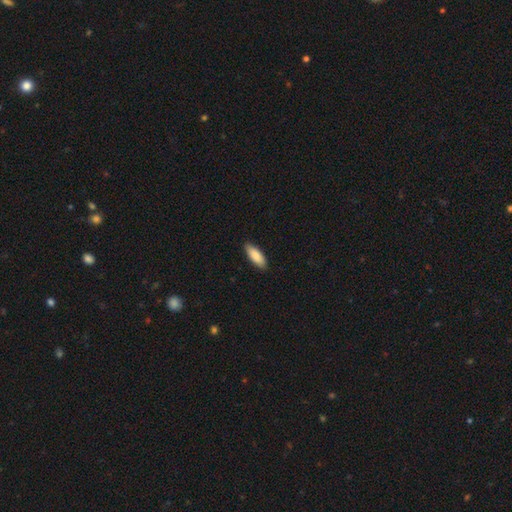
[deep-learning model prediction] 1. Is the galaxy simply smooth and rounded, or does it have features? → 88% smooth, 6% featured or disk, 5% star or artifact.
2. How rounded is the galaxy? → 73% in between, 26% cigar-shaped, 2% round.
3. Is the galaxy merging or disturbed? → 88% none, 9% minor disturbance, 2% major disturbance, 1% merger.